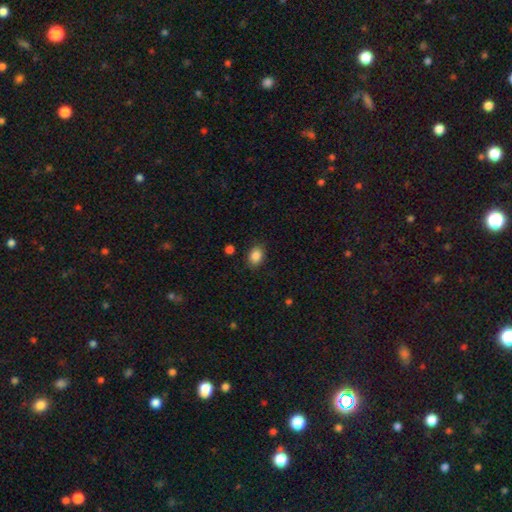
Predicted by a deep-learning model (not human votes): Smooth or featured?
  - smooth: 86% *
  - star or artifact: 9%
  - featured or disk: 5%
How rounded?
  - in between: 64% *
  - round: 35%
  - cigar-shaped: 1%
Merging?
  - none: 86% *
  - minor disturbance: 9%
  - major disturbance: 3%
  - merger: 2%